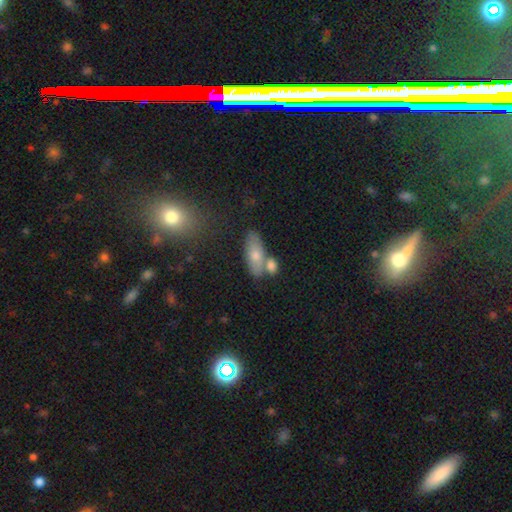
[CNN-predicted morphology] This is likely a smooth galaxy (66%). How rounded: likely in between (76%). Merging: possibly none (58%).